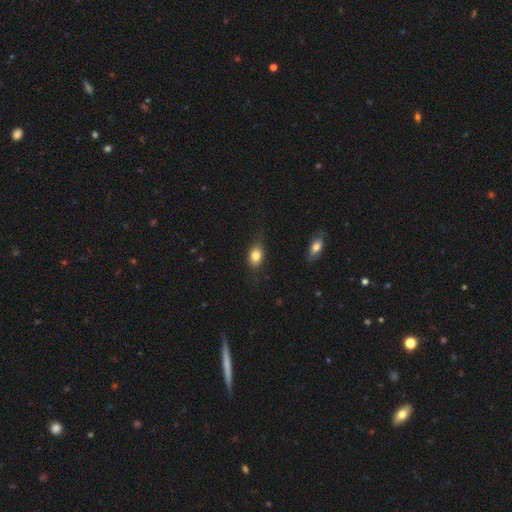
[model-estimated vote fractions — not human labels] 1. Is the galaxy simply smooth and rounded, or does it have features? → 81% smooth, 10% featured or disk, 9% star or artifact.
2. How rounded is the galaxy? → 76% in between, 22% round, 2% cigar-shaped.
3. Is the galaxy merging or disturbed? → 78% none, 16% minor disturbance, 4% major disturbance, 1% merger.